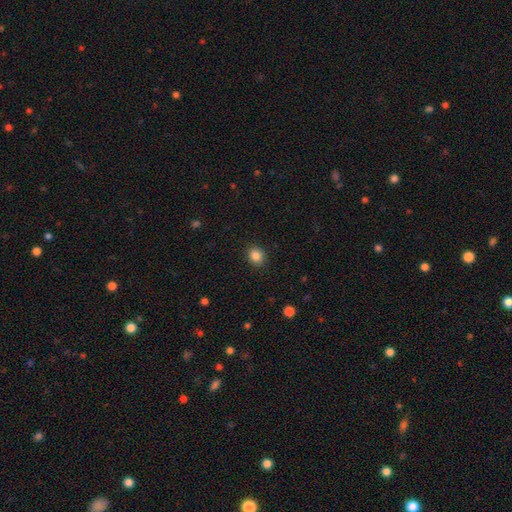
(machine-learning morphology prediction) Overall: smooth (85%). How rounded: round (72%). Merging: none (90%).